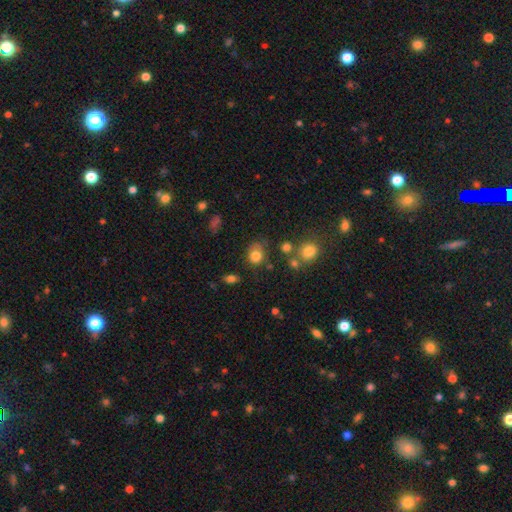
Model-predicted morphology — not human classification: Smooth or featured? Predicted: smooth (p=0.80). How rounded? Predicted: round (p=0.69). Merging? Predicted: none (p=0.57).